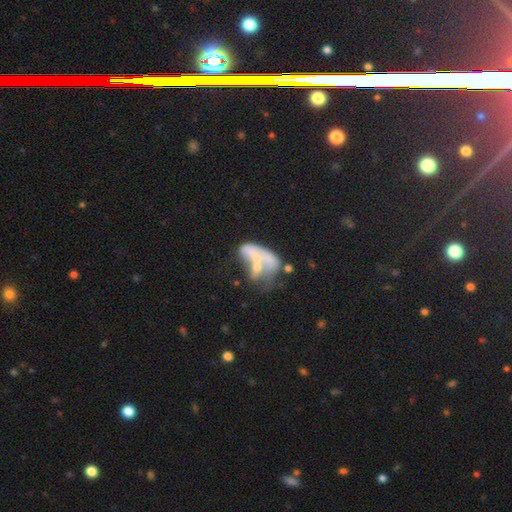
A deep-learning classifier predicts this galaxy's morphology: Overall: featured or disk (51%; smooth 37%). Edge-on disk: no (95%). Merging: merger (44%; major disturbance 27%).